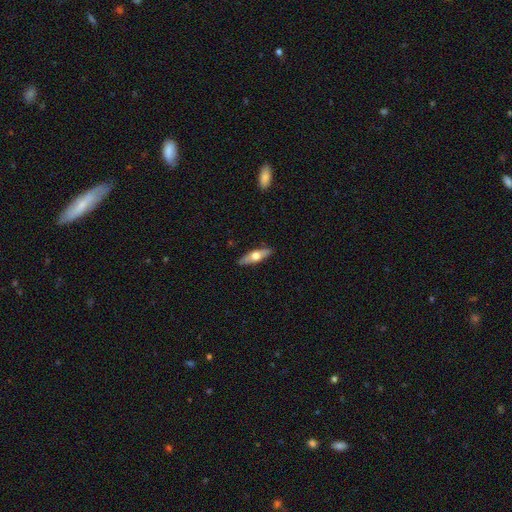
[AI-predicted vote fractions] This is possibly a featured or disk galaxy (49%). Merging: clearly none (89%).